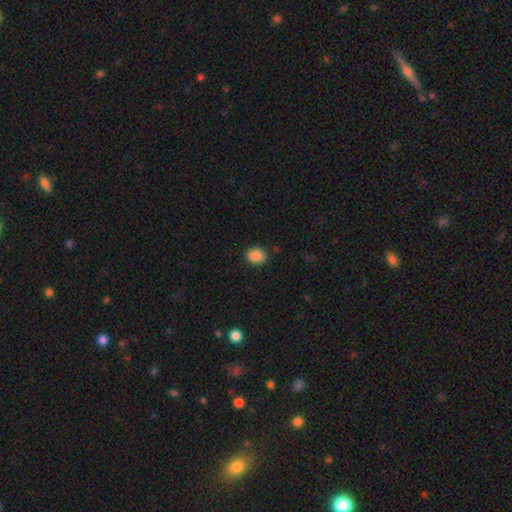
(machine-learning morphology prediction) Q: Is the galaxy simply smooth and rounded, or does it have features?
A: smooth — 88%.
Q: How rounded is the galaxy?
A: round — 59%.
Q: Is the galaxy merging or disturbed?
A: none — 88%.